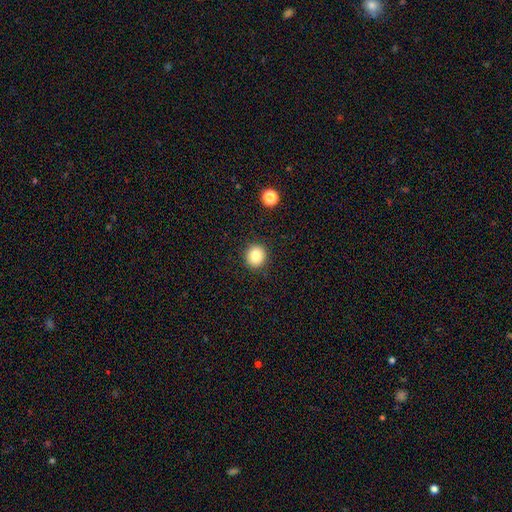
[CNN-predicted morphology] Smooth or featured? smooth (83%)
How rounded? round (88%)
Merging? none (91%)